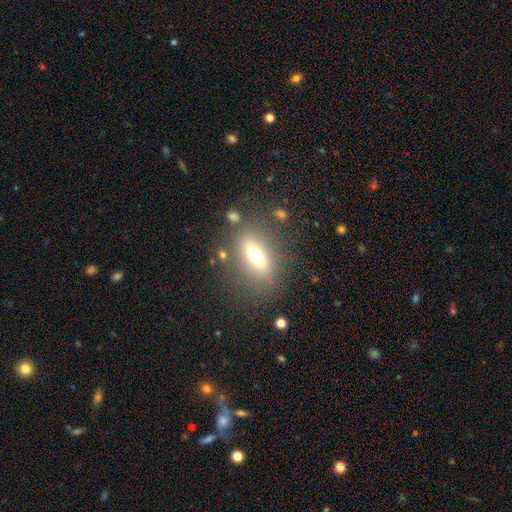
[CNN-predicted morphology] smooth 61%, featured or disk 28%, star or artifact 11%. Down the decision tree: how rounded — in between (72%); merging — none (77%).